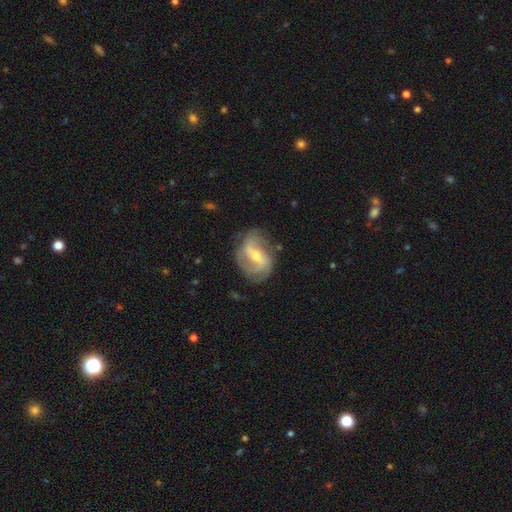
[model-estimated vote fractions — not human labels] Morphology: type=featured or disk (84%); edge-on=no (97%); bar=weak (45%); spiral arms=yes (94%); winding=medium (43%); arm count=2 (59%); bulge=moderate (48%, tied with small); merging=none (70%).